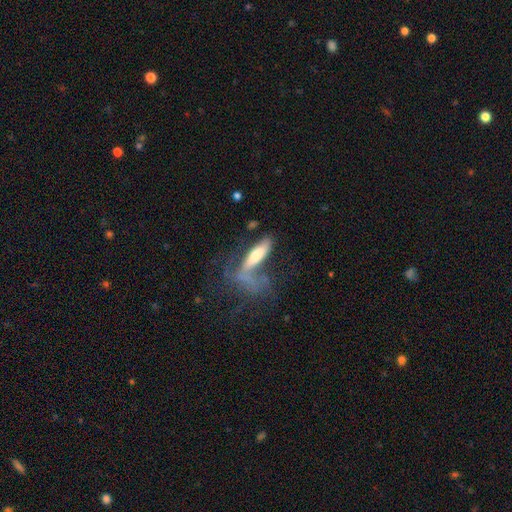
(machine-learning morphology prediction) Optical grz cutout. It shows a smooth galaxy with no disk features (50%). Merging: major disturbance (38%).